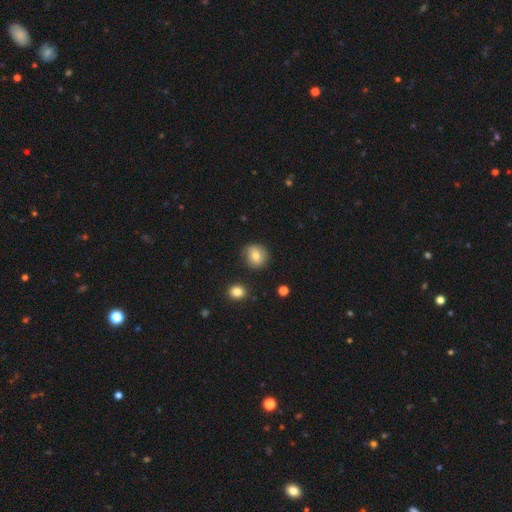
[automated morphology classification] smooth_or_featured: smooth (p=0.71) [alt: featured or disk p=0.19]
how_rounded: round (p=0.85) [alt: in between p=0.14]
merging: none (p=0.80) [alt: minor disturbance p=0.15]